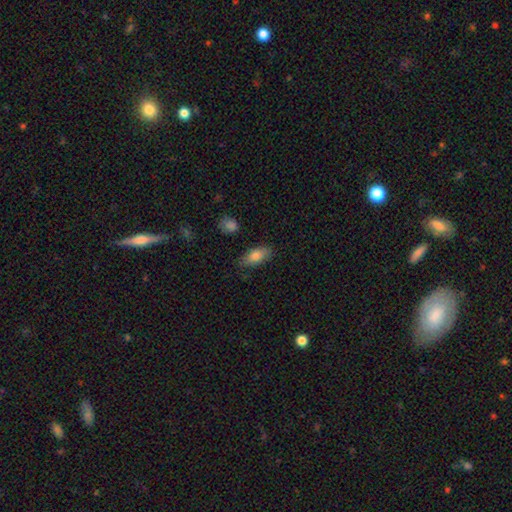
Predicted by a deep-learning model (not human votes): Morphology: type=smooth (79%); roundness=in between (85%); merging=none (81%).